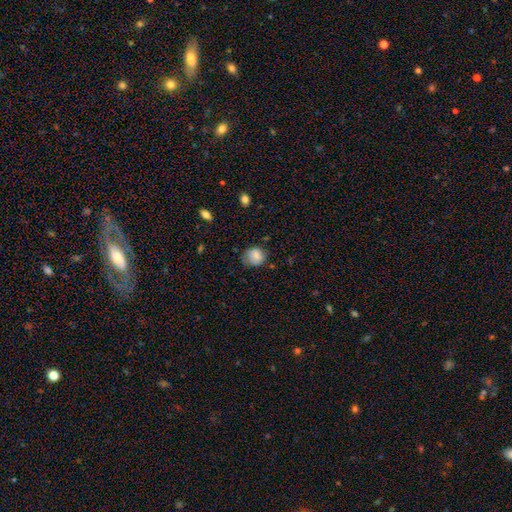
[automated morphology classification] The model was most divided on "merging": none: 65%, minor disturbance: 26%, major disturbance: 7%, merger: 2%. More confident: smooth or featured — smooth (78%); how rounded — round (72%).